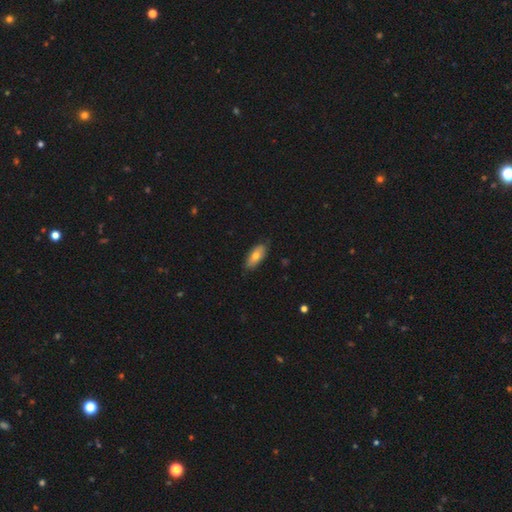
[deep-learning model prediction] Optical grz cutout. It shows a smooth galaxy with no disk features (71%) that is in between round and cigar-shaped (82%). Merging: none (80%).